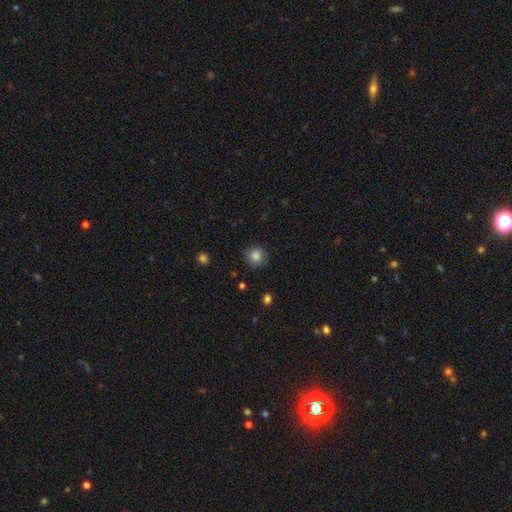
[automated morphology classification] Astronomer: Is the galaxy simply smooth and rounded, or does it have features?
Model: smooth — 84%.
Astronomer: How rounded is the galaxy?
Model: round — 90%.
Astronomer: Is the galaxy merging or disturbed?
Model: none — 83%.